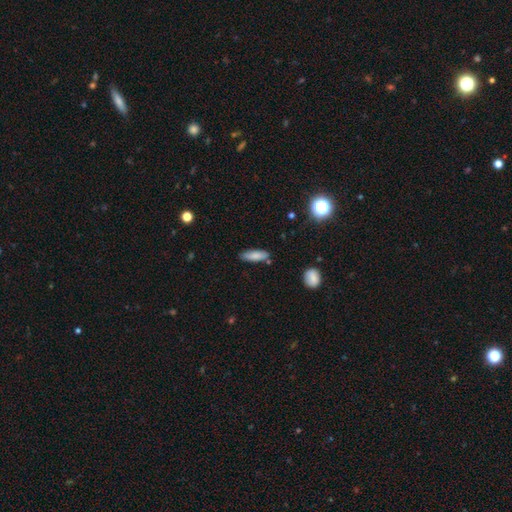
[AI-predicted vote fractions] Q: Smooth or featured?
A: smooth (80%); runner-up: featured or disk (12%)
Q: How rounded?
A: in between (57%); runner-up: cigar-shaped (41%)
Q: Merging?
A: none (79%); runner-up: minor disturbance (14%)